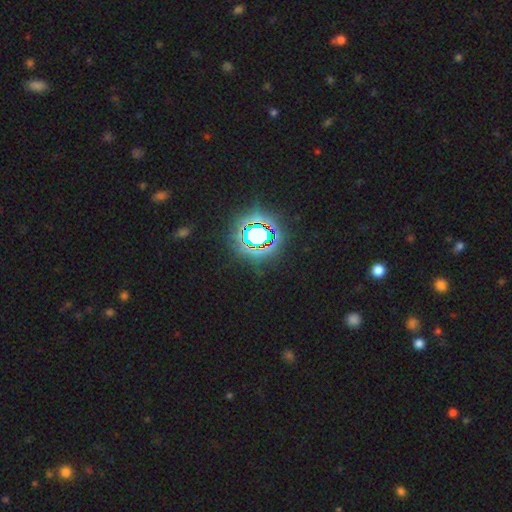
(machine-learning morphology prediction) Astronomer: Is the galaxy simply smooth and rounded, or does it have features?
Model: star or artifact — 82%.